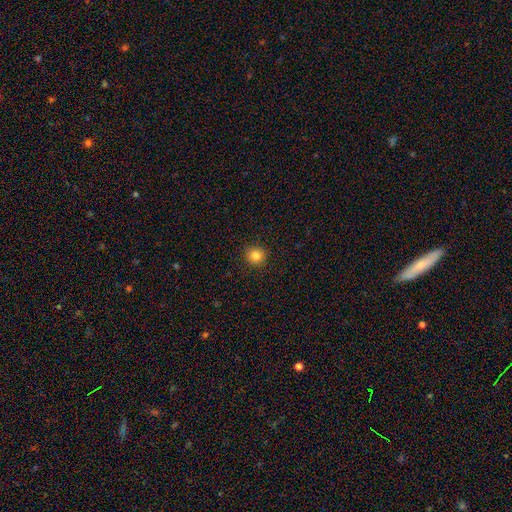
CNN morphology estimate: type=smooth (83%); roundness=round (93%); merging=none (92%).